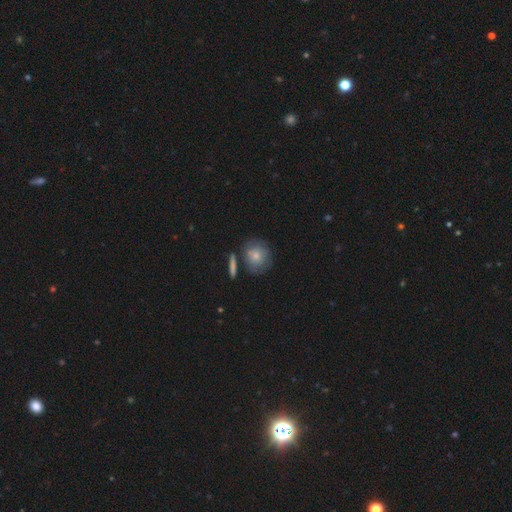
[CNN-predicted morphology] Overall: smooth (76%). How rounded: round (82%). Merging: none (68%).